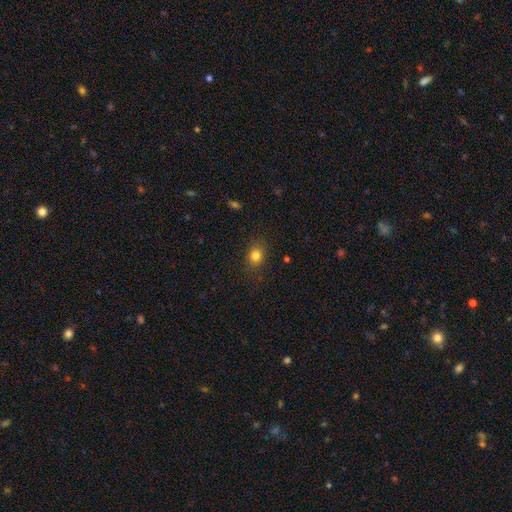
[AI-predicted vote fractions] smooth_or_featured: smooth (p=0.81) [alt: star or artifact p=0.13]
how_rounded: round (p=0.58) [alt: in between p=0.40]
merging: none (p=0.84) [alt: minor disturbance p=0.11]